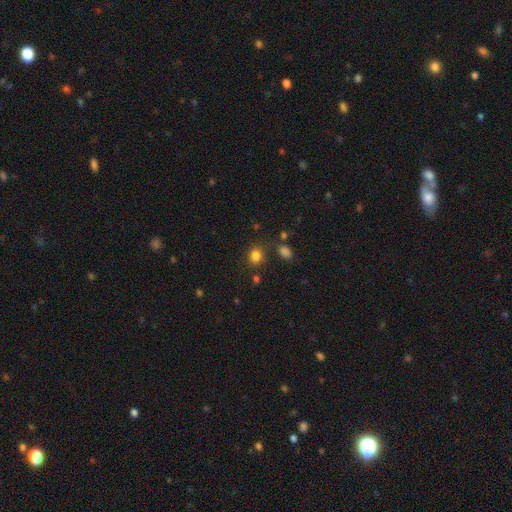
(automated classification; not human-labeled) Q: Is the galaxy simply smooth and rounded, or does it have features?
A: smooth — 82%.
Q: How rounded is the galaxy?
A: round — 57%.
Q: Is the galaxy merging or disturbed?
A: none — 76%.